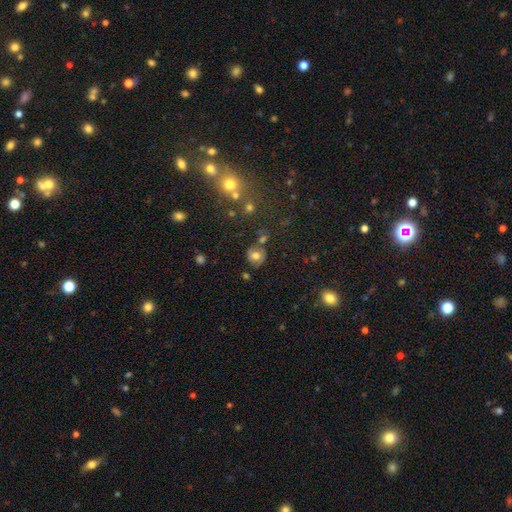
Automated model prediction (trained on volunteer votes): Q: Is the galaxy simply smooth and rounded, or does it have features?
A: smooth — 65%.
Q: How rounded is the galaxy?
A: round — 81%.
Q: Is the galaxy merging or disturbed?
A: none — 73%.